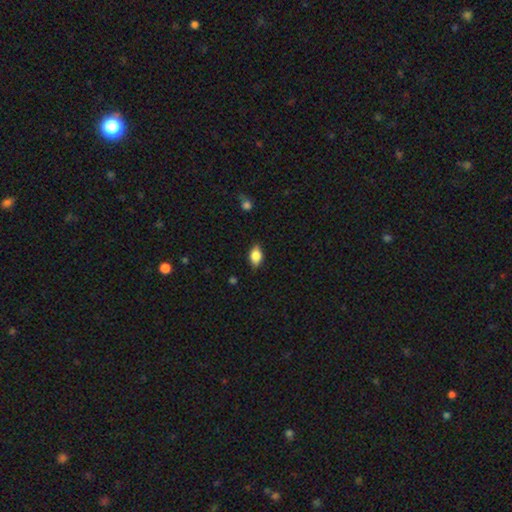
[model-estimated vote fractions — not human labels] This is likely a smooth galaxy (77%). How rounded: clearly in between (84%). Merging: clearly none (80%).